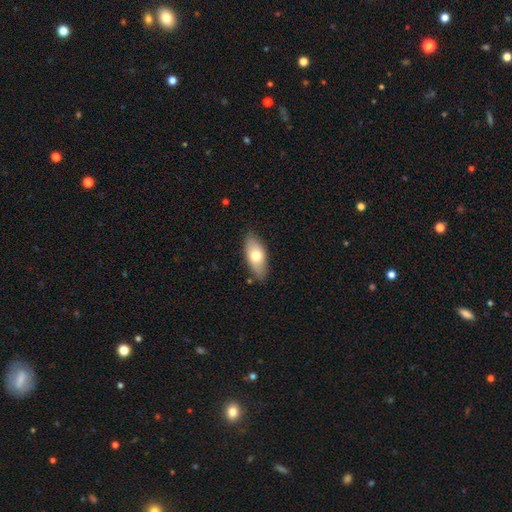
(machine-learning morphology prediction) Smooth or featured? smooth (69%)
How rounded? in between (85%)
Merging? none (82%)